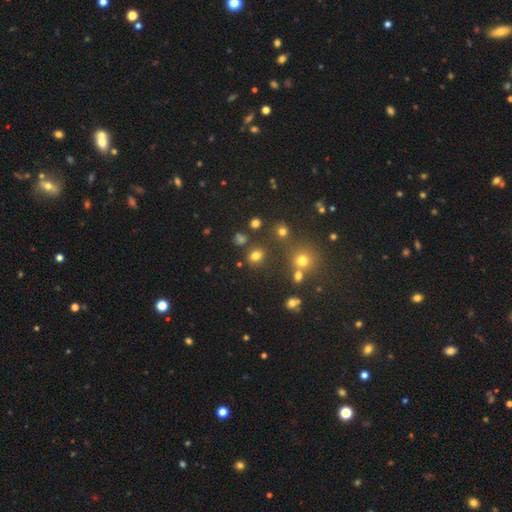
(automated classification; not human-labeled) The model was most divided on "how rounded": round: 64%, in between: 35%, cigar-shaped: 1%. More confident: merging — none (78%); smooth or featured — smooth (73%).